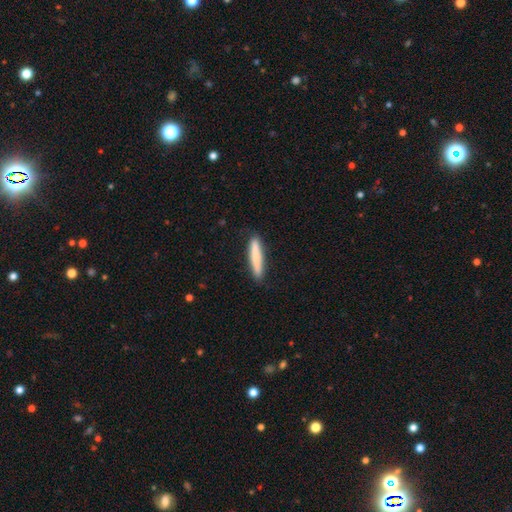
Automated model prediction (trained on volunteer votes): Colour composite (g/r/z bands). It shows a smooth galaxy with no disk features (79%) that is cigar-shaped (92%). Merging: none (87%).